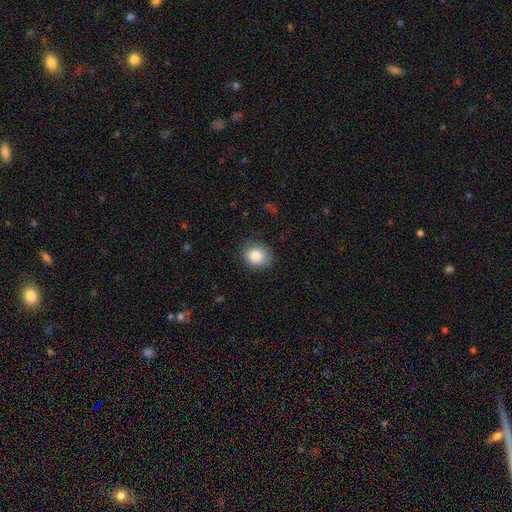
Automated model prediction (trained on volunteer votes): A smooth galaxy with no disk features (85%) that is round (67%).

Vote fractions:
- Smooth or featured? smooth: 85% / star or artifact: 9% / featured or disk: 6%
- How rounded? round: 67% / in between: 32% / cigar-shaped: 1%
- Merging? none: 83% / minor disturbance: 13% / major disturbance: 3% / merger: 1%